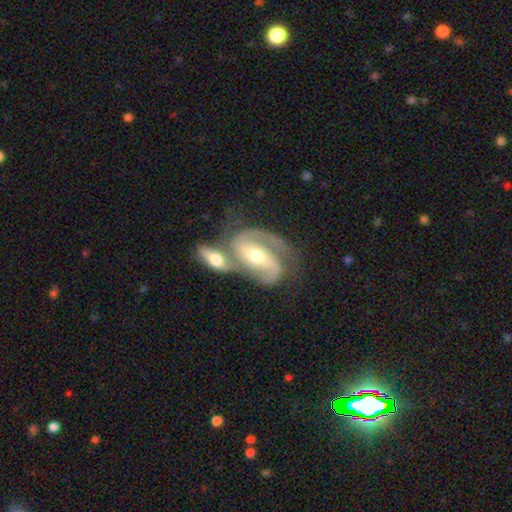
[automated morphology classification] The model was most divided on "bar": weak: 42%, strong: 33%, no: 26%. More confident: spiral arms — yes (97%); edge-on disk — no (97%); smooth or featured — featured or disk (89%); spiral arm count — 2 (87%); bulge size — moderate (68%); merging — merger (55%); spiral winding — medium (55%).